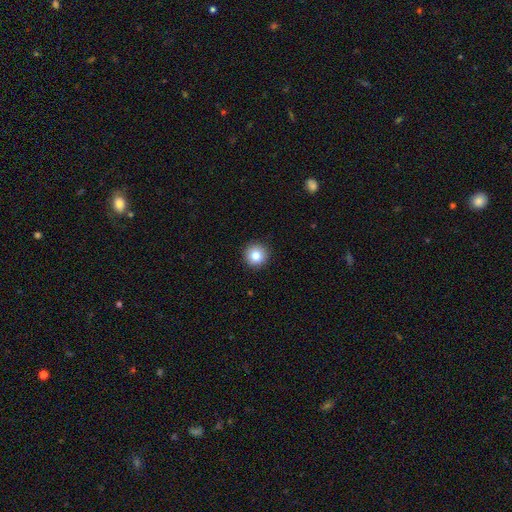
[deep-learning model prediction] The model was most divided on "smooth or featured": smooth: 84%, star or artifact: 10%, featured or disk: 7%. More confident: how rounded — round (95%); merging — none (93%).